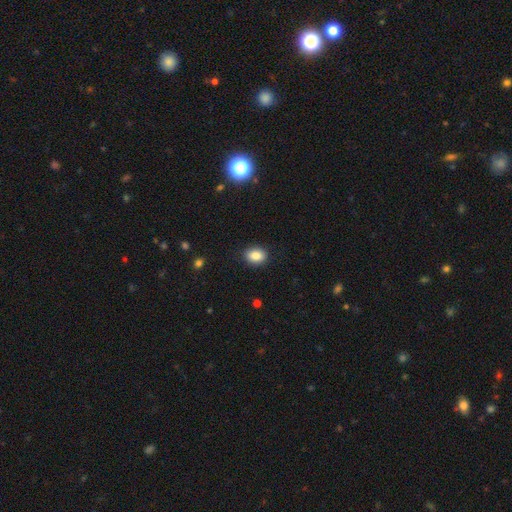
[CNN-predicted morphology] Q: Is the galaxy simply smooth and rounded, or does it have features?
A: smooth — 85%.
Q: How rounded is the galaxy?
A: in between — 64%.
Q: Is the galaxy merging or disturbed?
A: none — 88%.